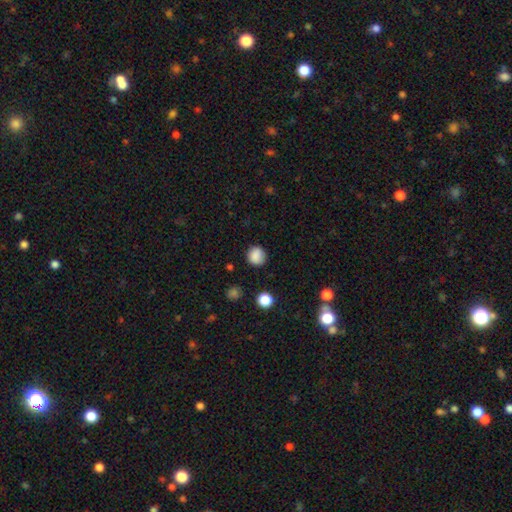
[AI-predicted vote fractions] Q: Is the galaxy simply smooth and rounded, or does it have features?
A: smooth — 85%.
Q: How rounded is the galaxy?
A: round — 86%.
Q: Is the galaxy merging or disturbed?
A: none — 84%.